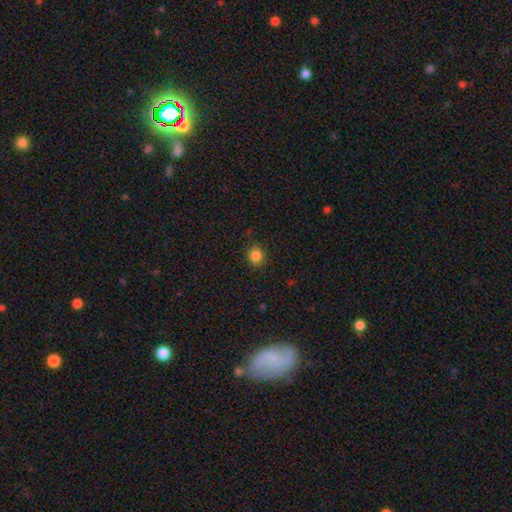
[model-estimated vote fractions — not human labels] smooth_or_featured: smooth (p=0.85) [alt: star or artifact p=0.11]
how_rounded: round (p=0.82) [alt: in between p=0.17]
merging: none (p=0.88) [alt: minor disturbance p=0.08]